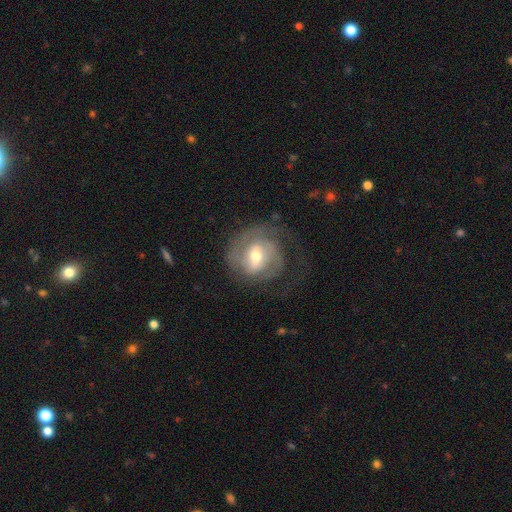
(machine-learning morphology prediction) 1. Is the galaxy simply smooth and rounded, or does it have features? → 78% featured or disk, 16% smooth, 6% star or artifact.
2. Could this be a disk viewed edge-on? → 97% no, 3% yes.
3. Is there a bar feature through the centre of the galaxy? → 49% weak, 26% no, 24% strong.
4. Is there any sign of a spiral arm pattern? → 88% yes, 12% no.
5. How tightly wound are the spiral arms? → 51% tight, 34% medium, 15% loose.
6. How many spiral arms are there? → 43% 2, 24% can't tell, 20% 1, 8% 3, 2% 4, 2% more than 4.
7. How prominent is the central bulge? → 65% moderate, 27% small, 6% large, 1% none, 1% dominant.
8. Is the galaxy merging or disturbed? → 57% none, 23% major disturbance, 18% minor disturbance, 2% merger.